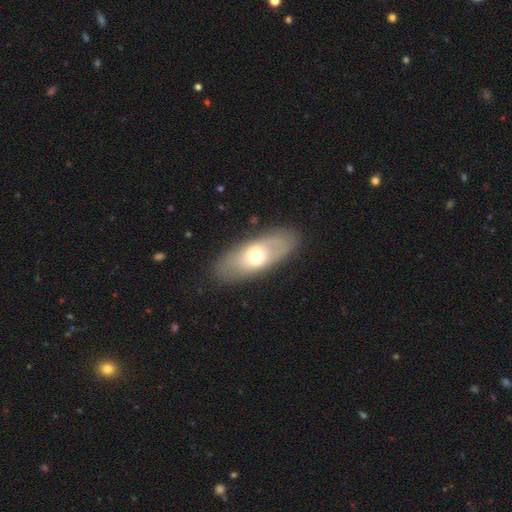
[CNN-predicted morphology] Smooth or featured?
  - smooth: 50% *
  - featured or disk: 43%
  - star or artifact: 7%
How rounded?
  - in between: 79% *
  - cigar-shaped: 15%
  - round: 6%
Merging?
  - none: 84% *
  - minor disturbance: 11%
  - major disturbance: 4%
  - merger: 1%